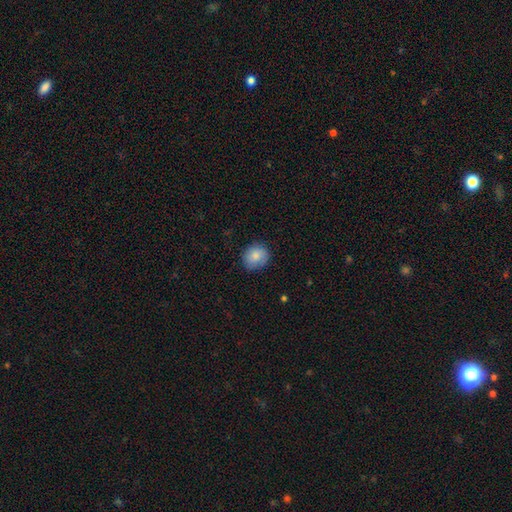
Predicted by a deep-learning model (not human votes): smooth-or-featured: smooth: 83% | featured or disk: 9% | star or artifact: 8%
  how-rounded: round: 74% | in between: 25% | cigar-shaped: 1%
  merging: none: 80% | minor disturbance: 16% | major disturbance: 3% | merger: 1%